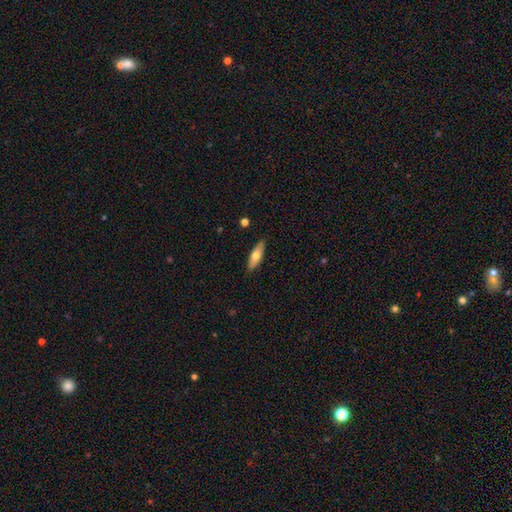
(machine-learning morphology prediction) A smooth galaxy with no disk features (66%) that is in between round and cigar-shaped (54%). Merging: none (87%).